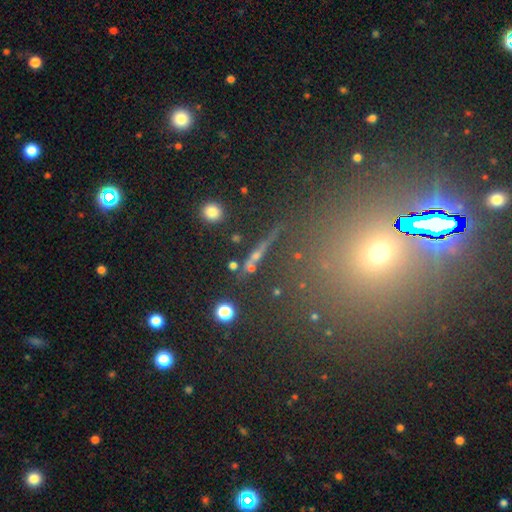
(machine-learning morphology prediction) Smooth or featured?
  - star or artifact: 61% *
  - smooth: 24%
  - featured or disk: 15%